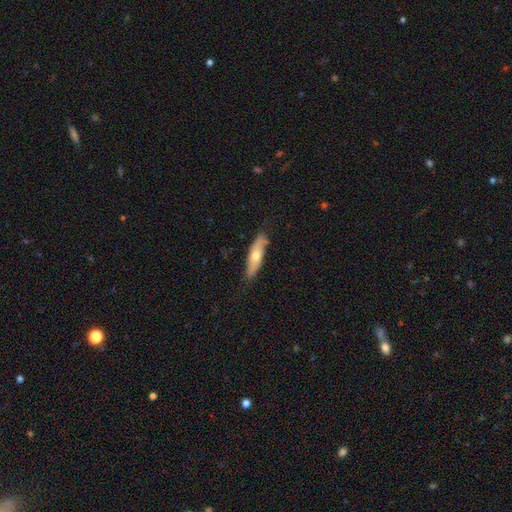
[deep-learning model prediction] A smooth galaxy with no disk features (58%) that is cigar-shaped (62%). Merging: none (78%).